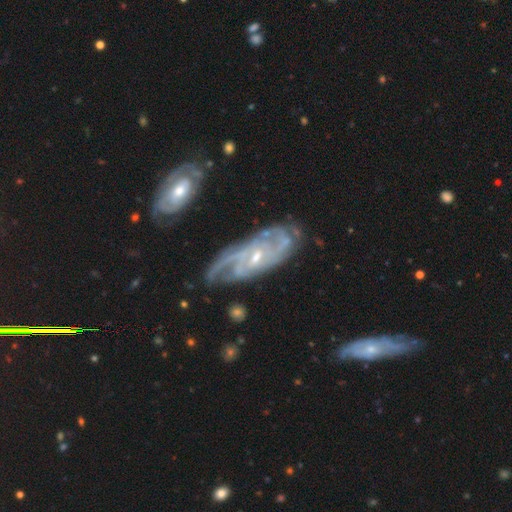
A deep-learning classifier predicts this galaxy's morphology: Q: Smooth or featured?
A: featured or disk (86%); runner-up: smooth (8%)
Q: Edge-on disk?
A: no (93%); runner-up: yes (7%)
Q: Bar?
A: no (56%); runner-up: weak (34%)
Q: Spiral arms?
A: yes (94%); runner-up: no (6%)
Q: Spiral winding?
A: tight (57%); runner-up: medium (34%)
Q: Spiral arm count?
A: can't tell (35%); runner-up: 2 (22%)
Q: Bulge size?
A: small (69%); runner-up: moderate (27%)
Q: Merging?
A: none (66%); runner-up: minor disturbance (21%)